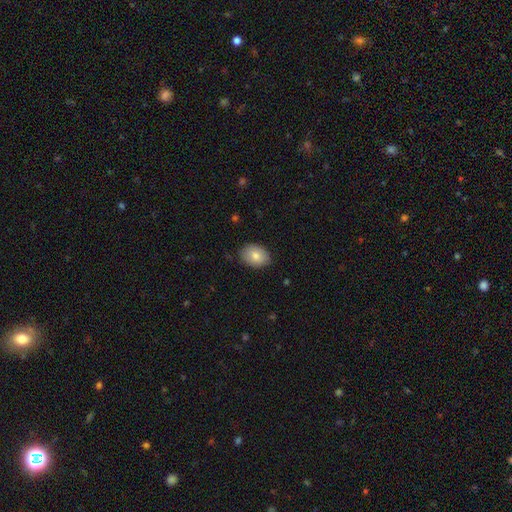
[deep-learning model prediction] smooth-or-featured: smooth: 82% | featured or disk: 11% | star or artifact: 7%
  how-rounded: in between: 75% | round: 24% | cigar-shaped: 1%
  merging: none: 84% | minor disturbance: 13% | major disturbance: 2% | merger: 1%